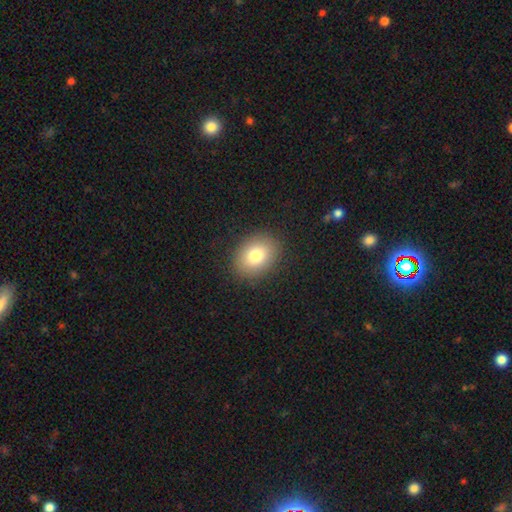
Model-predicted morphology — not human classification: The model was most divided on "how rounded": in between: 61%, round: 38%, cigar-shaped: 1%. More confident: merging — none (88%); smooth or featured — smooth (80%).